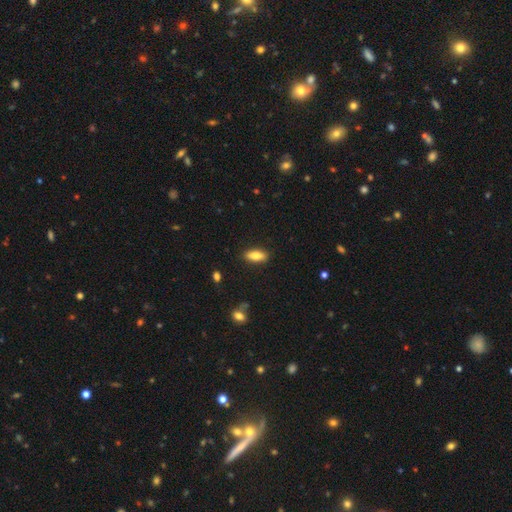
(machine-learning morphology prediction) Overall: smooth (81%). How rounded: in between (76%). Merging: none (87%).